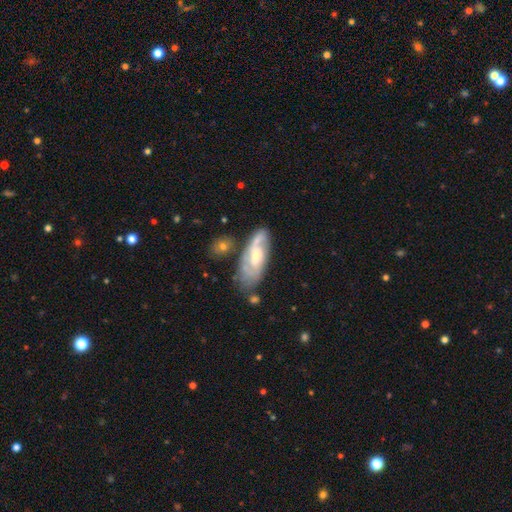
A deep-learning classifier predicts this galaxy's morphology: smooth_or_featured: featured or disk (p=0.62) [alt: smooth p=0.32]
disk_edge_on: no (p=0.86) [alt: yes p=0.14]
bar: no (p=0.53) [alt: weak p=0.38]
has_spiral_arms: yes (p=0.72) [alt: no p=0.28]
bulge_size: moderate (p=0.54) [alt: small p=0.35]
merging: none (p=0.52) [alt: minor disturbance p=0.23]